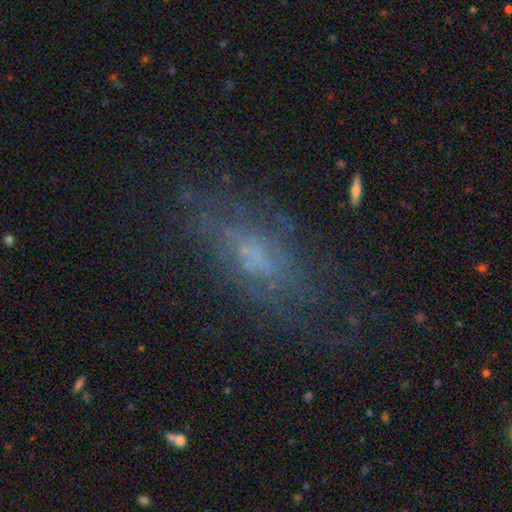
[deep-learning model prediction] The model was most divided on "smooth or featured": featured or disk: 49%, smooth: 35%, star or artifact: 15%. More confident: merging — none (64%).